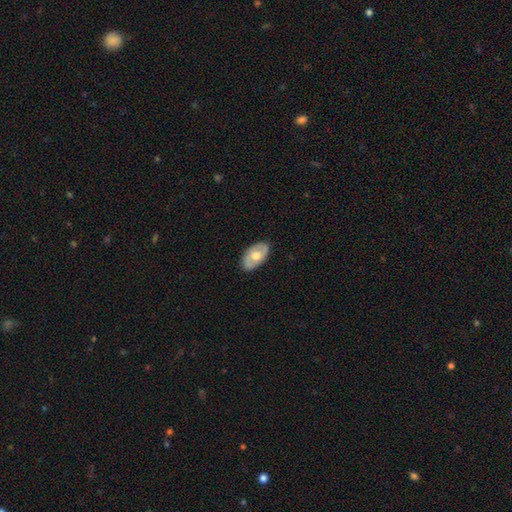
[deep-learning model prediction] A featured or disk galaxy (53%). Merging: none (85%).